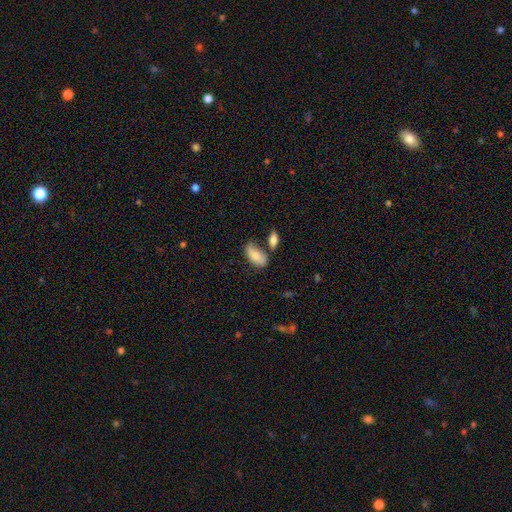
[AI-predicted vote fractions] Q: Smooth or featured?
A: smooth (79%); runner-up: featured or disk (14%)
Q: How rounded?
A: in between (89%); runner-up: cigar-shaped (8%)
Q: Merging?
A: none (50%); runner-up: minor disturbance (23%)